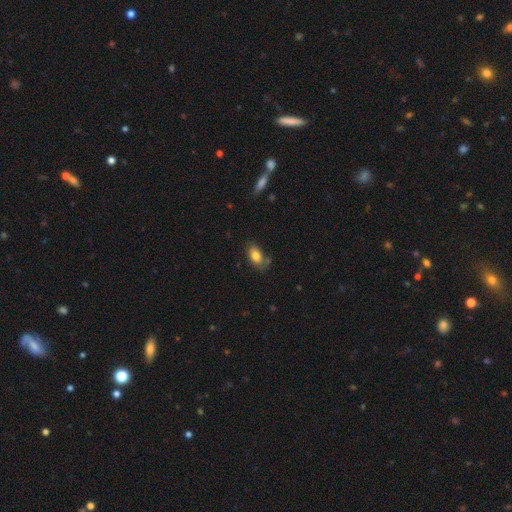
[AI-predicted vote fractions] Q: Smooth or featured?
A: smooth (79%); runner-up: featured or disk (13%)
Q: How rounded?
A: in between (91%); runner-up: round (7%)
Q: Merging?
A: none (59%); runner-up: minor disturbance (26%)